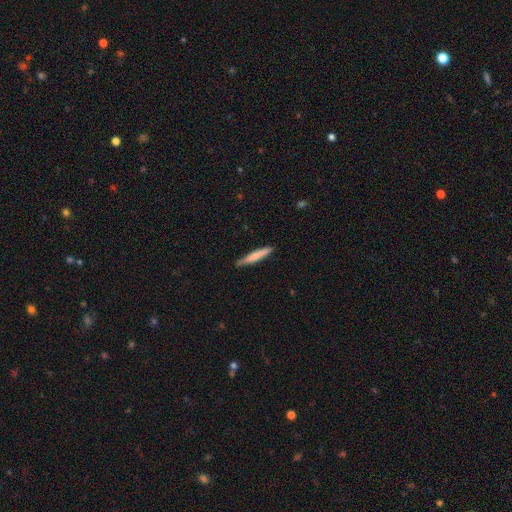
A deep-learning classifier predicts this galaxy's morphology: Smooth or featured? Predicted: smooth (p=0.66). How rounded? Predicted: cigar-shaped (p=0.94). Merging? Predicted: none (p=0.88).